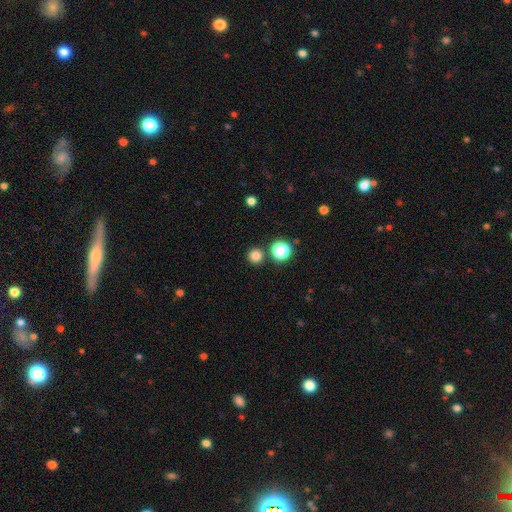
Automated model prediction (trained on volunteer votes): Overall: smooth (80%). How rounded: round (95%). Merging: none (86%).